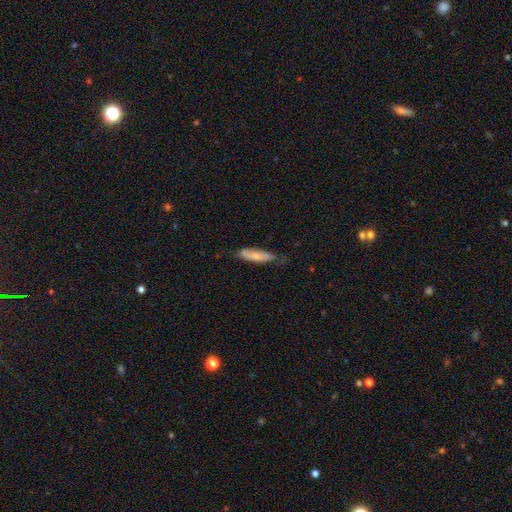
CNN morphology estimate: Smooth or featured?
  - smooth: 70% *
  - featured or disk: 25%
  - star or artifact: 6%
How rounded?
  - cigar-shaped: 67% *
  - in between: 31%
  - round: 2%
Merging?
  - none: 66% *
  - minor disturbance: 27%
  - major disturbance: 5%
  - merger: 2%